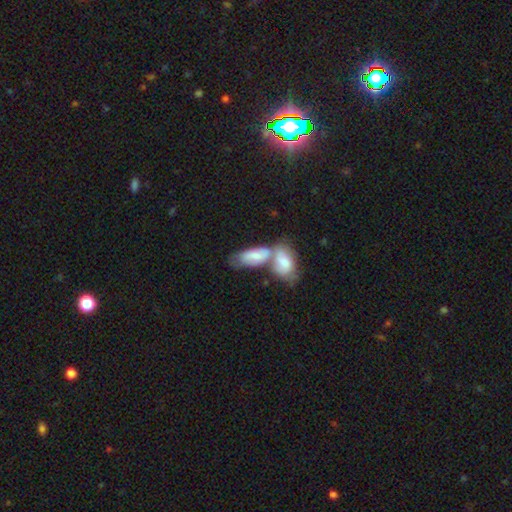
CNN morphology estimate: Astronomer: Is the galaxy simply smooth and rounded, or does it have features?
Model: smooth — 67%.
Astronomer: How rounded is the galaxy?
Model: in between — 88%.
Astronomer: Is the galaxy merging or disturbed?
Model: merger — 66%.